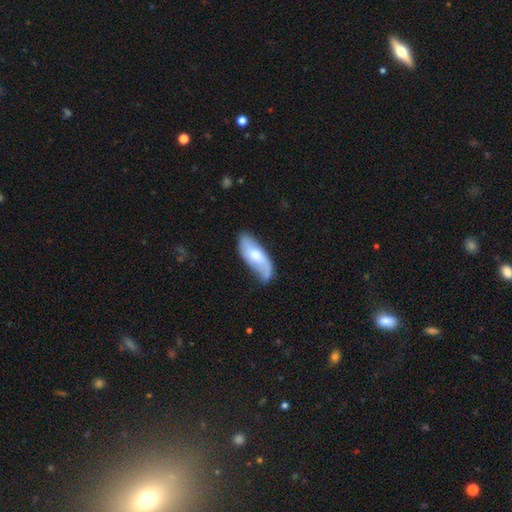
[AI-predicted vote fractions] Smooth or featured? smooth (49%)
Merging? none (56%)